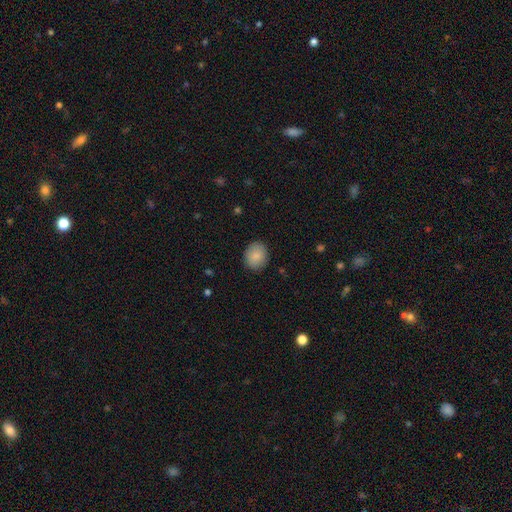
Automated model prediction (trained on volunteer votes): Smooth or featured: smooth — 87% (star or artifact — 7%)
How rounded: round — 61% (in between — 38%)
Merging: none — 88% (minor disturbance — 9%)